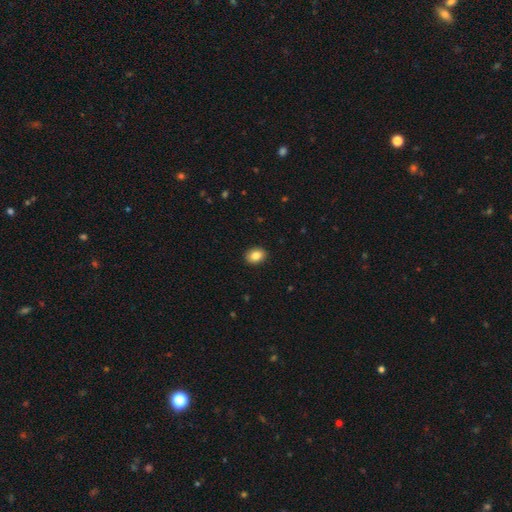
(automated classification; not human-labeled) A smooth galaxy with no disk features (84%) that is in between round and cigar-shaped (65%).

Vote fractions:
- Smooth or featured? smooth: 84% / star or artifact: 9% / featured or disk: 7%
- How rounded? in between: 65% / round: 34% / cigar-shaped: 1%
- Merging? none: 91% / minor disturbance: 7% / major disturbance: 2% / merger: 1%